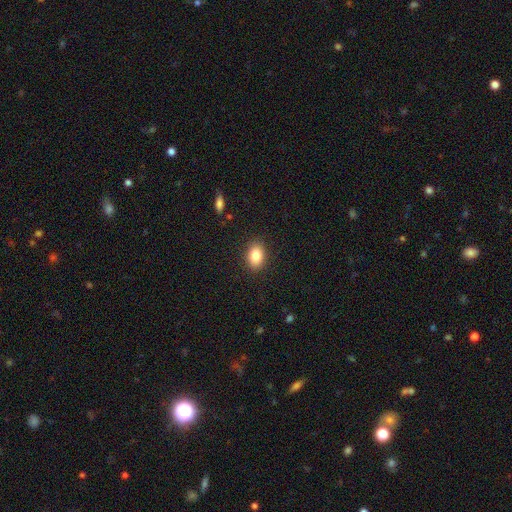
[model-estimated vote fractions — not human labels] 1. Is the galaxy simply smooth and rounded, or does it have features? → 84% smooth, 8% star or artifact, 8% featured or disk.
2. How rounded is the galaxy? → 83% in between, 16% round, 1% cigar-shaped.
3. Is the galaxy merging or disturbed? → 89% none, 8% minor disturbance, 2% major disturbance, 1% merger.